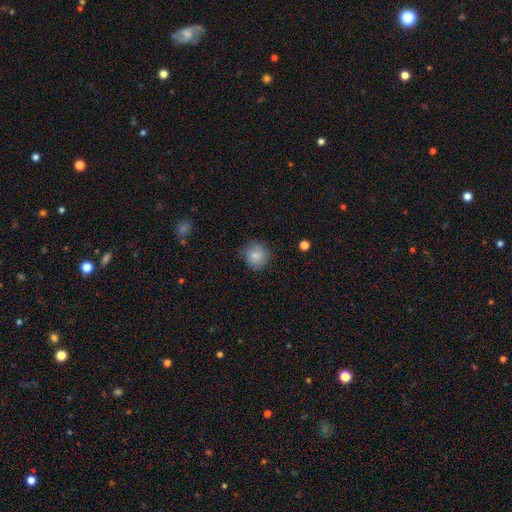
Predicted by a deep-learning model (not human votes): Overall: smooth (84%). How rounded: round (90%). Merging: none (83%).